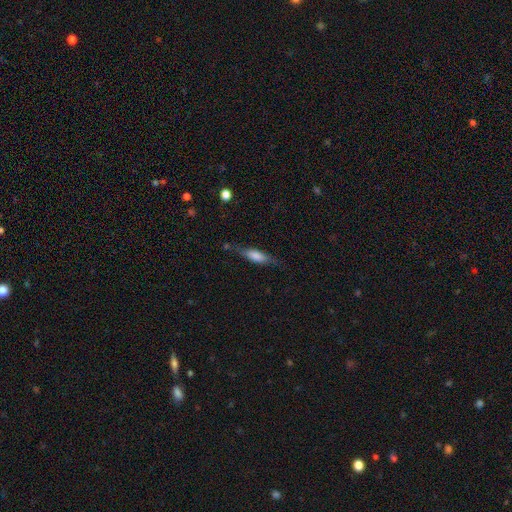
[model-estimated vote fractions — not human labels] smooth_or_featured: smooth (p=0.62) [alt: featured or disk p=0.31]
how_rounded: cigar-shaped (p=0.57) [alt: in between p=0.41]
merging: none (p=0.72) [alt: minor disturbance p=0.19]